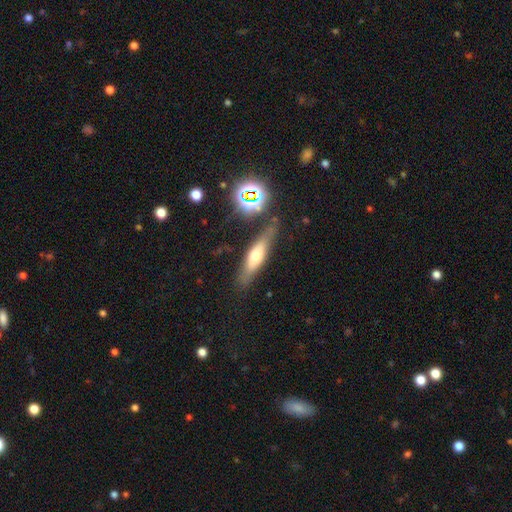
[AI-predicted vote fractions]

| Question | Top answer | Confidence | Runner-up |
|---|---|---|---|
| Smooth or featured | smooth | 45% | featured or disk (44%) |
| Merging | none | 79% | minor disturbance (13%) |